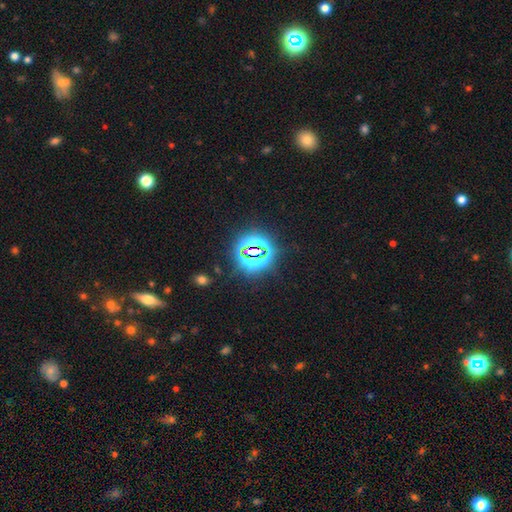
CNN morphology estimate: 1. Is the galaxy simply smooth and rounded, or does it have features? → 79% star or artifact, 13% smooth, 8% featured or disk.